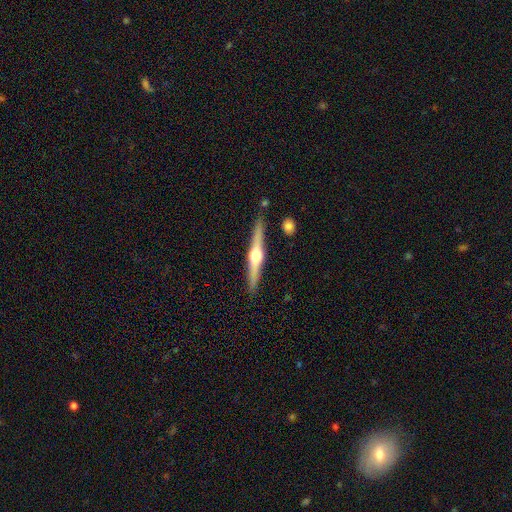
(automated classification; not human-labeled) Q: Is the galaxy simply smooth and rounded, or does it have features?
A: featured or disk — 74%.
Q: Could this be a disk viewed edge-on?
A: yes — 98%.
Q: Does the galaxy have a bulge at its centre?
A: rounded — 94%.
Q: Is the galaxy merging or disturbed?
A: none — 88%.